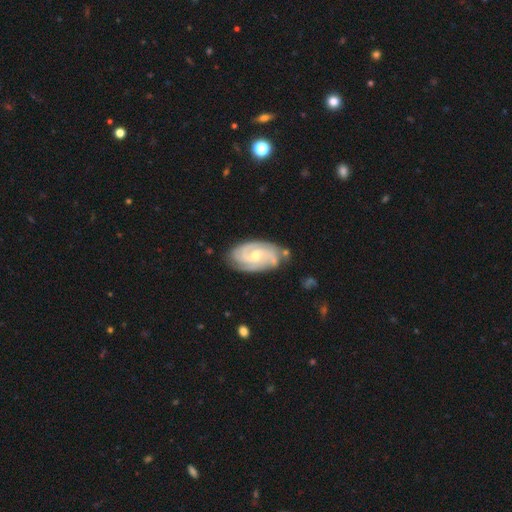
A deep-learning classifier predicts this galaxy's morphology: smooth-or-featured: featured or disk: 89% | smooth: 6% | star or artifact: 4%
  disk-edge-on: no: 97% | yes: 3%
    bar: no: 53% | weak: 38% | strong: 9%
    has-spiral-arms: yes: 98% | no: 2%
      spiral-winding: tight: 63% | medium: 32% | loose: 5%
      spiral-arm-count: 3: 44% | 2: 20% | 4: 16% | can't tell: 11% | more than 4: 4% | 1: 4%
    bulge-size: small: 49% | moderate: 48% | large: 1% | none: 1% | dominant: 1%
  merging: none: 75% | minor disturbance: 18% | major disturbance: 4% | merger: 3%